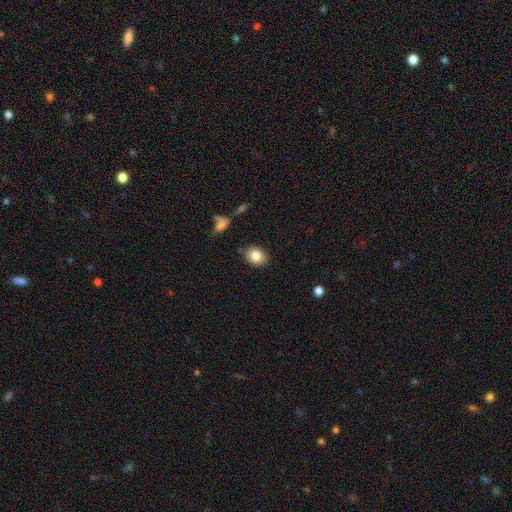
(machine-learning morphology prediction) Smooth or featured? Predicted: smooth (p=0.82). How rounded? Predicted: in between (p=0.55). Merging? Predicted: none (p=0.85).